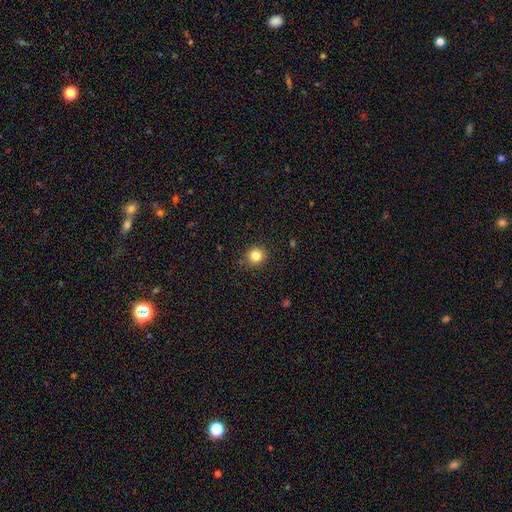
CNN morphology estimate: Smooth or featured?
  - smooth: 82% *
  - star or artifact: 12%
  - featured or disk: 6%
How rounded?
  - round: 89% *
  - in between: 10%
  - cigar-shaped: 1%
Merging?
  - none: 89% *
  - minor disturbance: 8%
  - major disturbance: 2%
  - merger: 1%